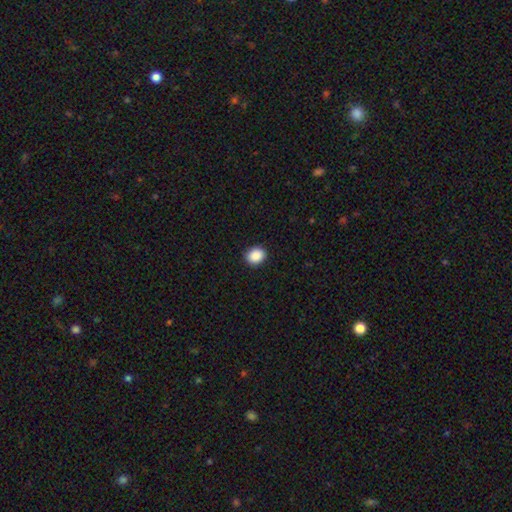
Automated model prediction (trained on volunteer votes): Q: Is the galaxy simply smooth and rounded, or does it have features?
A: smooth — 89%.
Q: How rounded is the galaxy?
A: round — 61%.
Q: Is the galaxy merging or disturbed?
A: none — 90%.